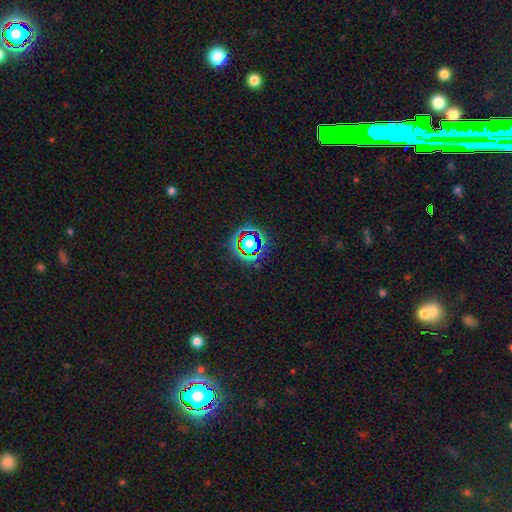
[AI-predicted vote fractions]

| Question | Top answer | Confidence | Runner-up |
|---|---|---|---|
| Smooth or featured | star or artifact | 73% | smooth (14%) |